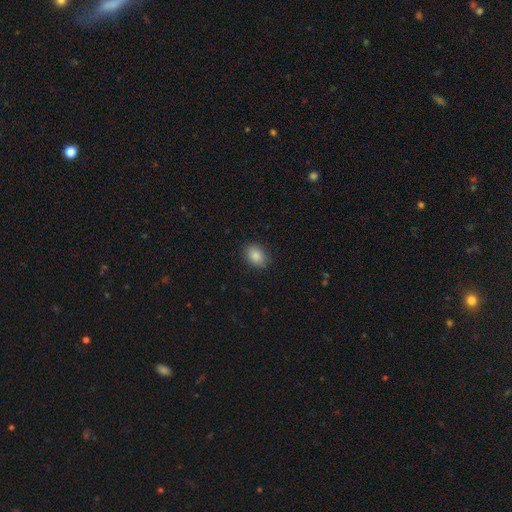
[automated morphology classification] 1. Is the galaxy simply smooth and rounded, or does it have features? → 86% smooth, 9% star or artifact, 6% featured or disk.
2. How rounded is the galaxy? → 71% in between, 28% round, 1% cigar-shaped.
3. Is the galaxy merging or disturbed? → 88% none, 9% minor disturbance, 2% major disturbance, 1% merger.